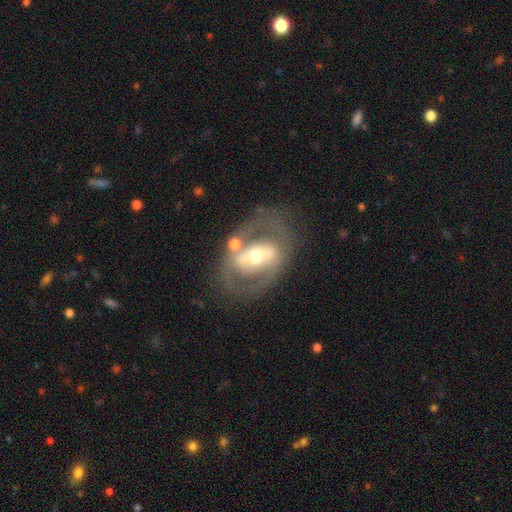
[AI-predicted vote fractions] smooth-or-featured: featured or disk: 73% | smooth: 20% | star or artifact: 7%
  disk-edge-on: no: 92% | yes: 8%
    bar: strong: 43% | no: 30% | weak: 27%
    has-spiral-arms: no: 64% | yes: 36%
    bulge-size: moderate: 64% | small: 23% | large: 11% | dominant: 2% | none: 1%
  merging: none: 62% | minor disturbance: 16% | major disturbance: 14% | merger: 8%